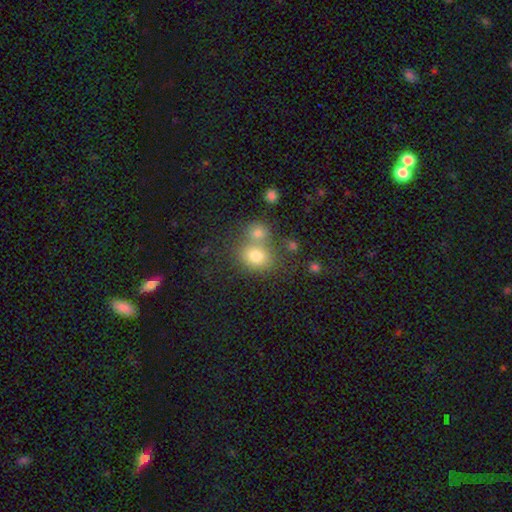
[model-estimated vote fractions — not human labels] smooth_or_featured: smooth (p=0.77) [alt: star or artifact p=0.13]
how_rounded: round (p=0.61) [alt: in between p=0.38]
merging: none (p=0.44) [alt: merger p=0.42]